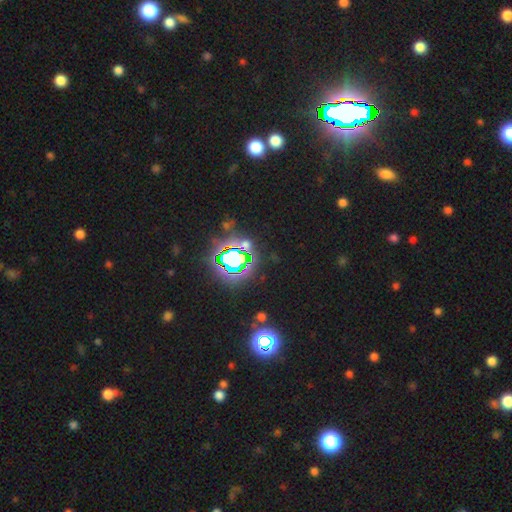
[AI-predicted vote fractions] Smooth or featured?
  - star or artifact: 80% *
  - smooth: 12%
  - featured or disk: 8%